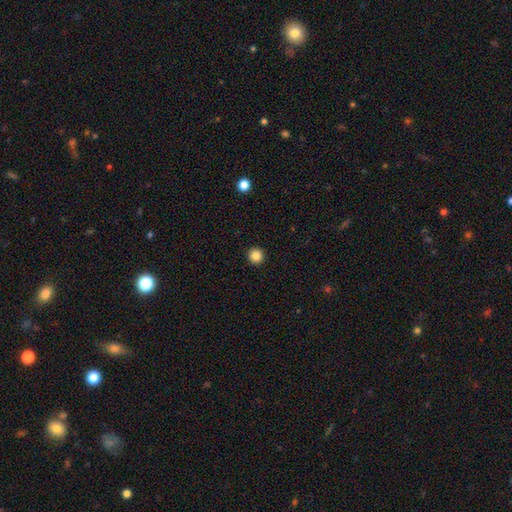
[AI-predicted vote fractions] Overall: smooth (85%). How rounded: round (96%). Merging: none (94%).